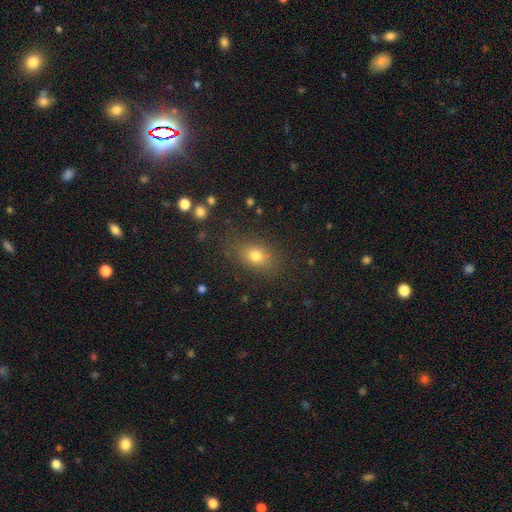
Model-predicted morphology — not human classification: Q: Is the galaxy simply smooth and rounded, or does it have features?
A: smooth — 76%.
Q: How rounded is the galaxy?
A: in between — 67%.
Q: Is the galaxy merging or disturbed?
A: none — 80%.